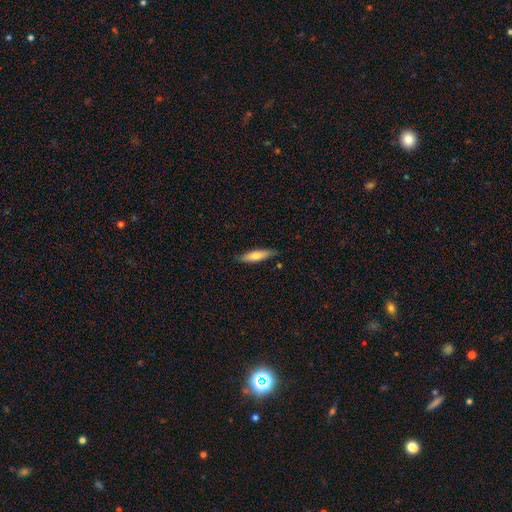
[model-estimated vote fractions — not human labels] Overall: smooth (70%). How rounded: cigar-shaped (74%). Merging: none (83%).